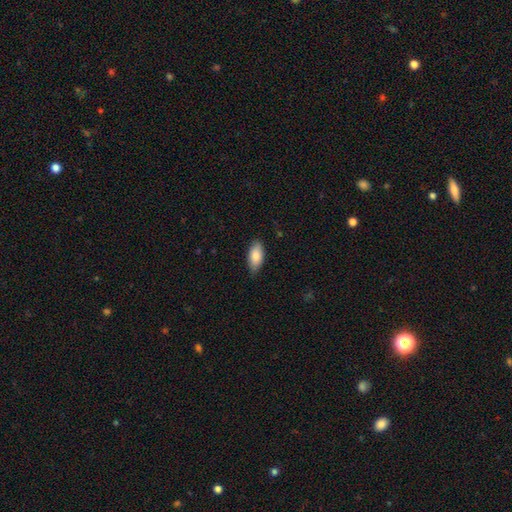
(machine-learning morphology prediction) The model was most divided on "merging": none: 79%, minor disturbance: 18%, major disturbance: 2%, merger: 1%. More confident: how rounded — in between (91%); smooth or featured — smooth (83%).